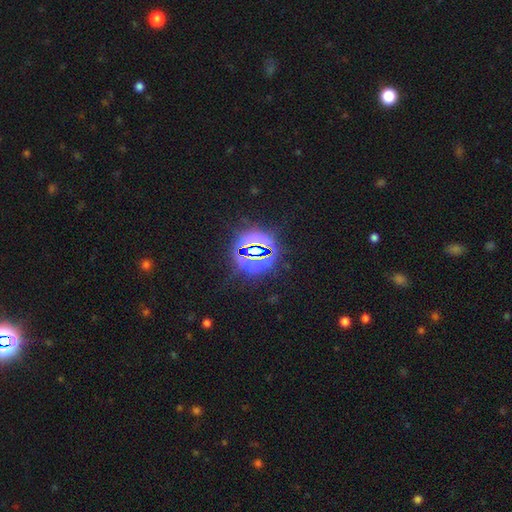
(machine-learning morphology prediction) Smooth or featured? star or artifact (81%)